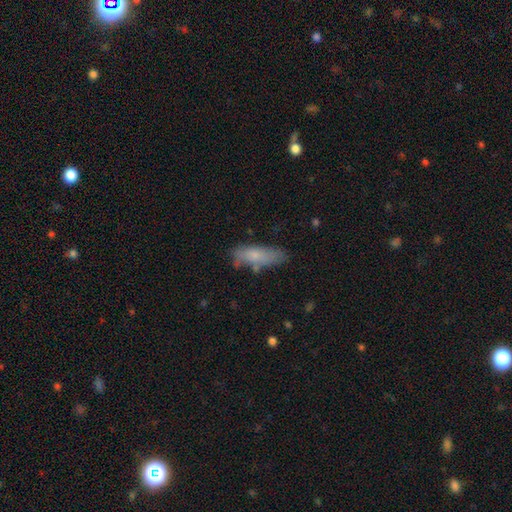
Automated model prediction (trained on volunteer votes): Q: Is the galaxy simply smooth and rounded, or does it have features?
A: smooth — 72%.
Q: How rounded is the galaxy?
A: in between — 59%.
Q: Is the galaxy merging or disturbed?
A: none — 63%.